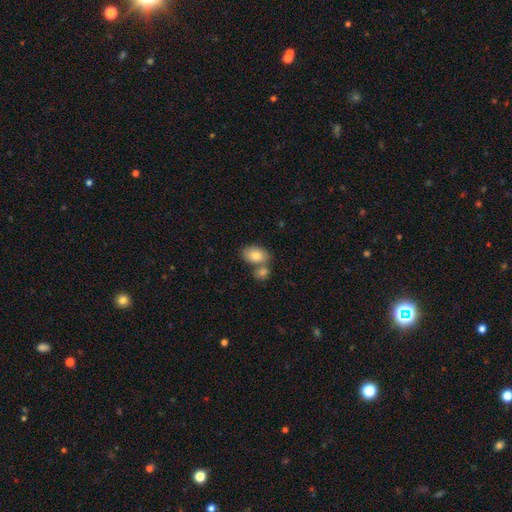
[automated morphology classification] smooth_or_featured: smooth (p=0.80) [alt: featured or disk p=0.12]
how_rounded: in between (p=0.84) [alt: round p=0.15]
merging: none (p=0.49) [alt: merger p=0.37]